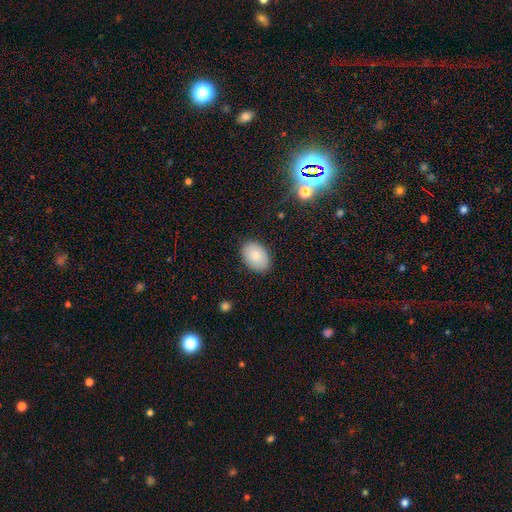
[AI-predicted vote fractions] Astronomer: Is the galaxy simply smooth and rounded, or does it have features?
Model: smooth — 84%.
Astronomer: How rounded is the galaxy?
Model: in between — 86%.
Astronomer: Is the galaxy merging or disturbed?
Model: none — 88%.